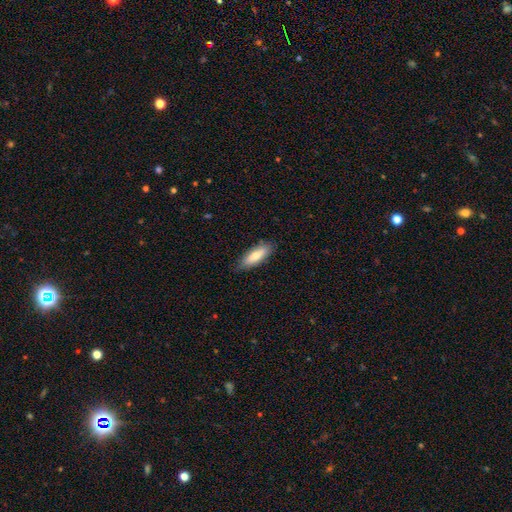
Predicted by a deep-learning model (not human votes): A smooth galaxy with no disk features (73%) that is in between round and cigar-shaped (56%). Merging: none (84%).